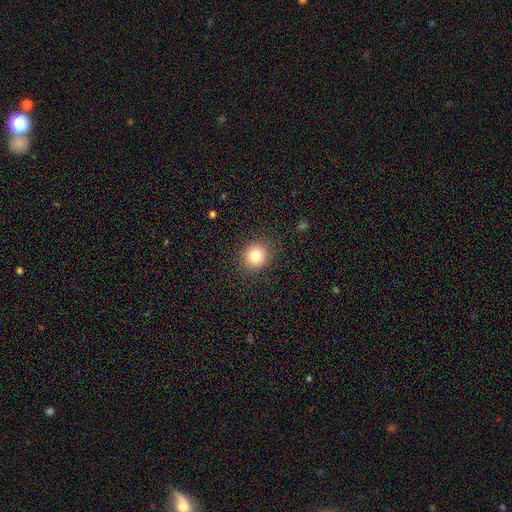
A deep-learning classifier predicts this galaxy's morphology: Q: Smooth or featured?
A: smooth (81%); runner-up: star or artifact (12%)
Q: How rounded?
A: round (84%); runner-up: in between (15%)
Q: Merging?
A: none (89%); runner-up: minor disturbance (8%)